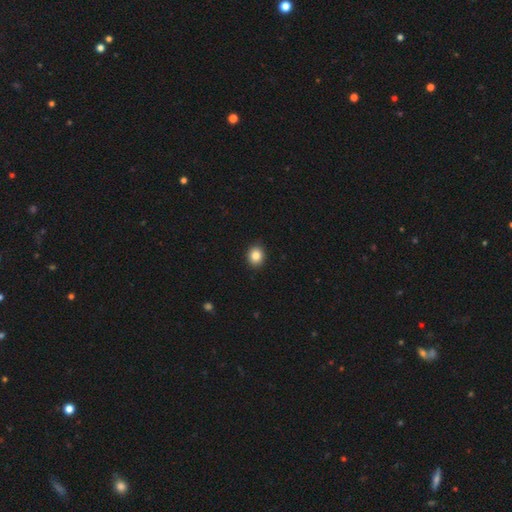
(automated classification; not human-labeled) Smooth or featured? Predicted: smooth (p=0.85). How rounded? Predicted: round (p=0.70). Merging? Predicted: none (p=0.91).